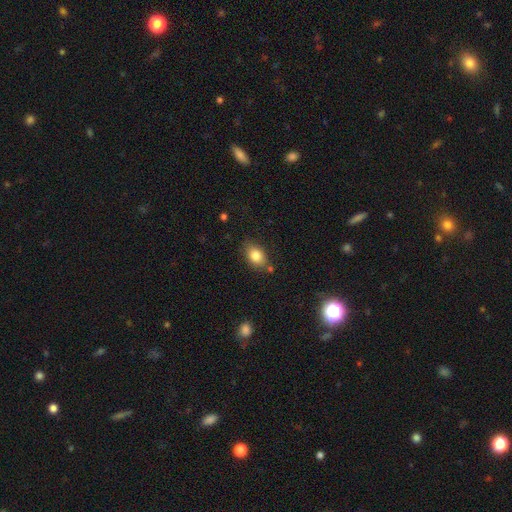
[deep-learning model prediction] Q: Smooth or featured?
A: smooth (82%); runner-up: featured or disk (9%)
Q: How rounded?
A: in between (81%); runner-up: round (17%)
Q: Merging?
A: none (77%); runner-up: minor disturbance (15%)